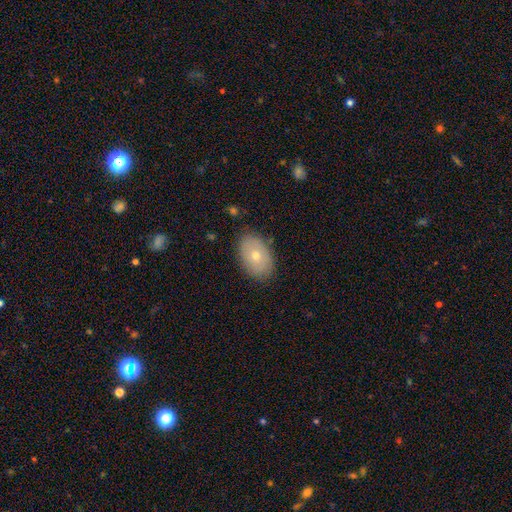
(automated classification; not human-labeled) A smooth galaxy with no disk features (66%) that is in between round and cigar-shaped (86%).

Vote fractions:
- Smooth or featured? smooth: 66% / featured or disk: 26% / star or artifact: 8%
- How rounded? in between: 86% / round: 13% / cigar-shaped: 1%
- Merging? none: 86% / minor disturbance: 11% / major disturbance: 2% / merger: 1%